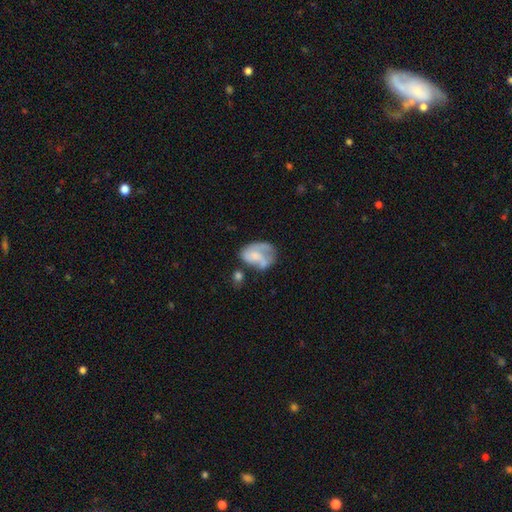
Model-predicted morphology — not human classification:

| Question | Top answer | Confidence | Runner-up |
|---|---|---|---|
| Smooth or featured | smooth | 49% | featured or disk (43%) |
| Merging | none | 28% | tied: major disturbance (28%) |